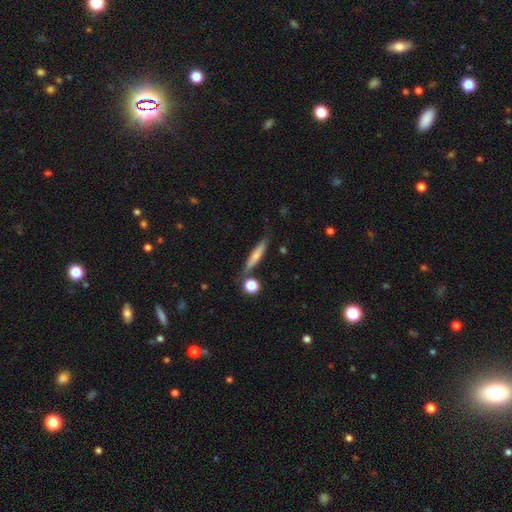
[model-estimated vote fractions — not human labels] The model was most divided on "smooth or featured": smooth: 63%, featured or disk: 30%, star or artifact: 7%. More confident: how rounded — cigar-shaped (87%); merging — none (73%).